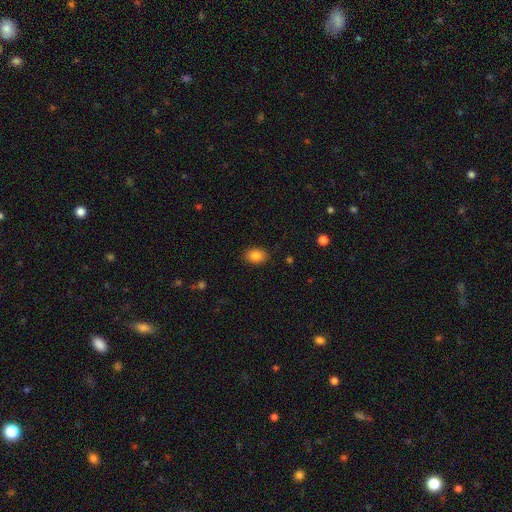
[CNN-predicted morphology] Q: Smooth or featured?
A: smooth (85%); runner-up: star or artifact (9%)
Q: How rounded?
A: in between (71%); runner-up: round (28%)
Q: Merging?
A: none (88%); runner-up: minor disturbance (9%)